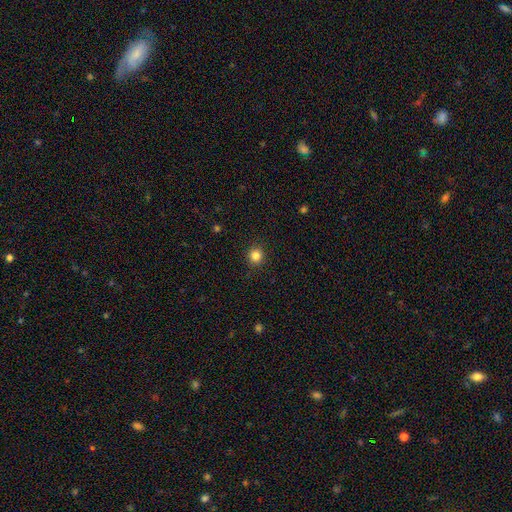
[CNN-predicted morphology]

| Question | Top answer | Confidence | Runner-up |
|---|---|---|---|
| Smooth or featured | smooth | 84% | star or artifact (12%) |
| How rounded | round | 92% | in between (7%) |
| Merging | none | 91% | minor disturbance (6%) |